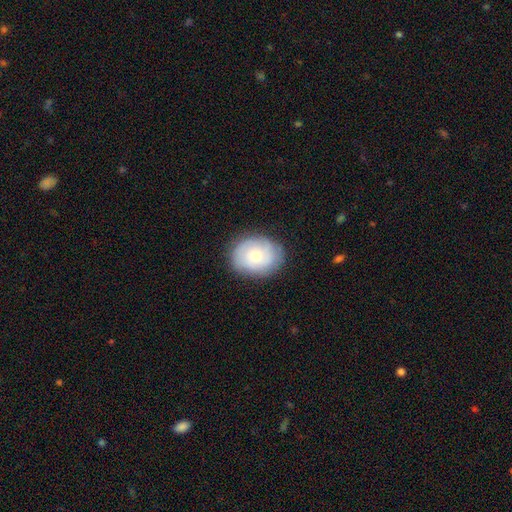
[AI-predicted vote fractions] This is possibly a smooth galaxy (53%). How rounded: possibly round (52%). Merging: clearly none (81%).